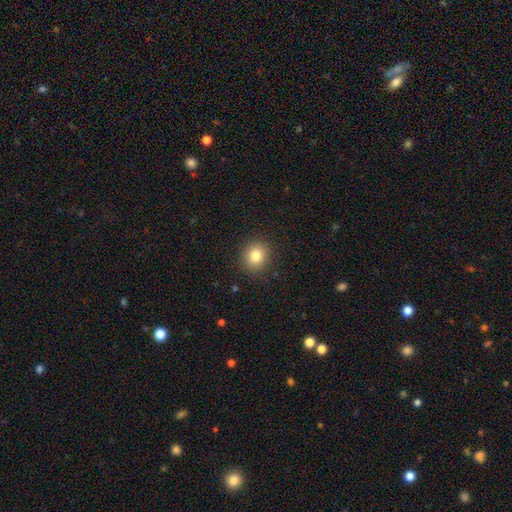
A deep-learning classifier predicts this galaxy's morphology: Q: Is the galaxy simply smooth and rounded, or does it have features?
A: smooth — 82%.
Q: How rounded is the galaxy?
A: round — 83%.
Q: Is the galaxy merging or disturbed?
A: none — 90%.